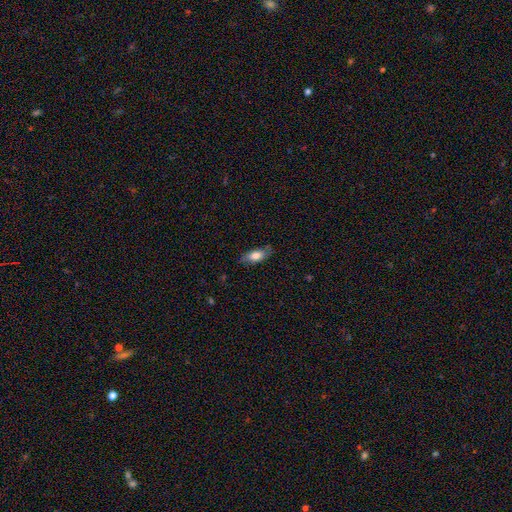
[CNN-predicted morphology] The model was most divided on "smooth or featured": smooth: 75%, featured or disk: 19%, star or artifact: 7%. More confident: how rounded — in between (81%); merging — none (78%).